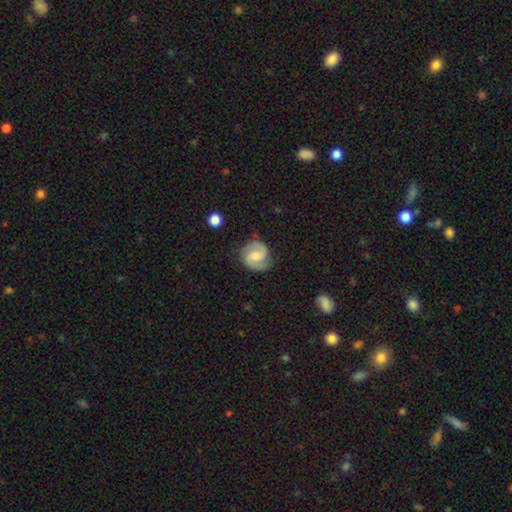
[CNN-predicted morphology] smooth_or_featured: featured or disk (p=0.81) [alt: smooth p=0.13]
disk_edge_on: no (p=0.98) [alt: yes p=0.02]
bar: weak (p=0.50) [alt: no p=0.36]
has_spiral_arms: yes (p=0.97) [alt: no p=0.03]
spiral_winding: medium (p=0.53) [alt: tight p=0.33]
spiral_arm_count: 2 (p=0.91) [alt: can't tell p=0.03]
bulge_size: moderate (p=0.44) [alt: small p=0.32]
merging: none (p=0.79) [alt: minor disturbance p=0.15]